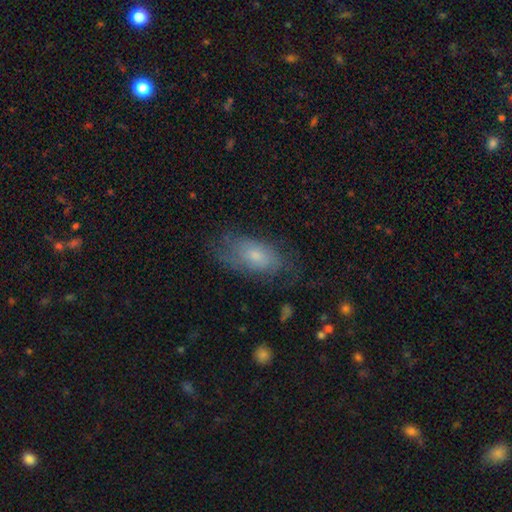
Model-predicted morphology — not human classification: This is possibly a smooth galaxy (51%). How rounded: clearly in between (90%). Merging: possibly none (60%).